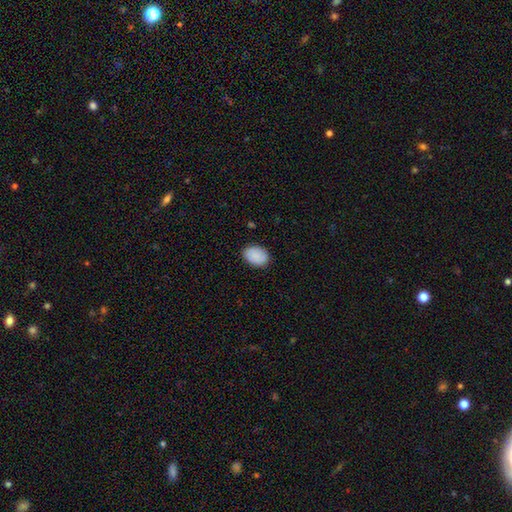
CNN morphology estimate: Smooth or featured? Predicted: smooth (p=0.88). How rounded? Predicted: in between (p=0.79). Merging? Predicted: none (p=0.87).